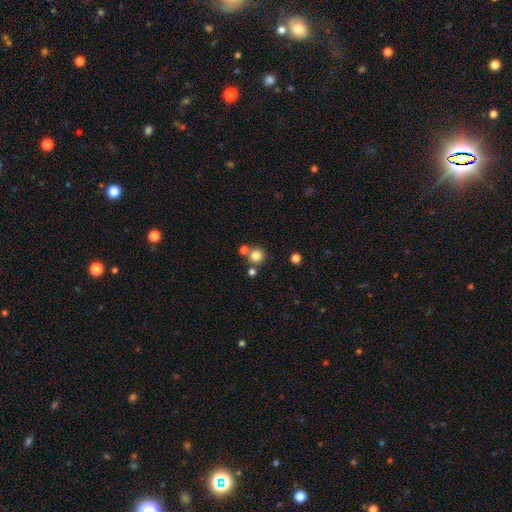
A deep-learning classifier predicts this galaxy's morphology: smooth-or-featured: smooth: 80% | star or artifact: 13% | featured or disk: 7%
  how-rounded: round: 93% | in between: 6% | cigar-shaped: 1%
  merging: none: 69% | merger: 21% | minor disturbance: 7% | major disturbance: 3%